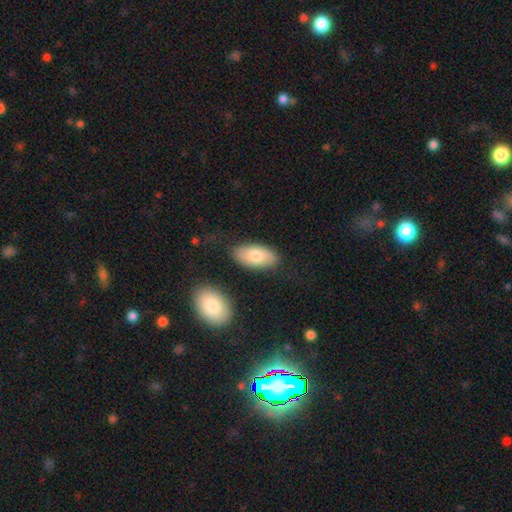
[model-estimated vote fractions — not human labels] Smooth or featured?
  - smooth: 77% *
  - featured or disk: 17%
  - star or artifact: 6%
How rounded?
  - in between: 94% *
  - round: 3%
  - cigar-shaped: 3%
Merging?
  - none: 79% *
  - minor disturbance: 13%
  - merger: 5%
  - major disturbance: 3%